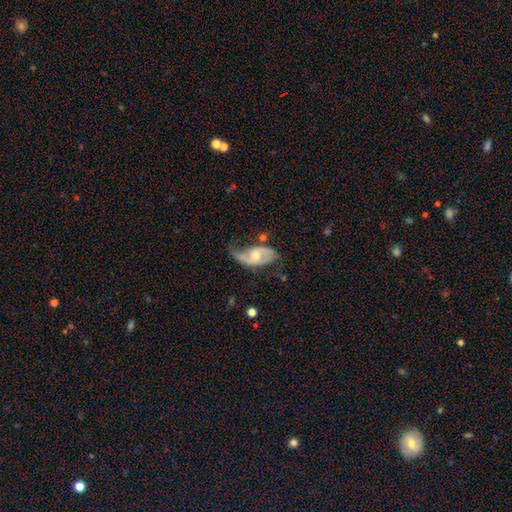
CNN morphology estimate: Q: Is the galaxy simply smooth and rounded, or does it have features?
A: featured or disk — 71%.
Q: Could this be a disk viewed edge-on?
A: no — 94%.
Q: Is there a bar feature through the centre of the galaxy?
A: no — 66%.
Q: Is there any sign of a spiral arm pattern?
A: yes — 81%.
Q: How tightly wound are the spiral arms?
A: loose — 43%.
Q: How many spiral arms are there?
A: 2 — 71%.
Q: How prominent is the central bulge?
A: moderate — 71%.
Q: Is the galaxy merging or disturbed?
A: none — 40%.